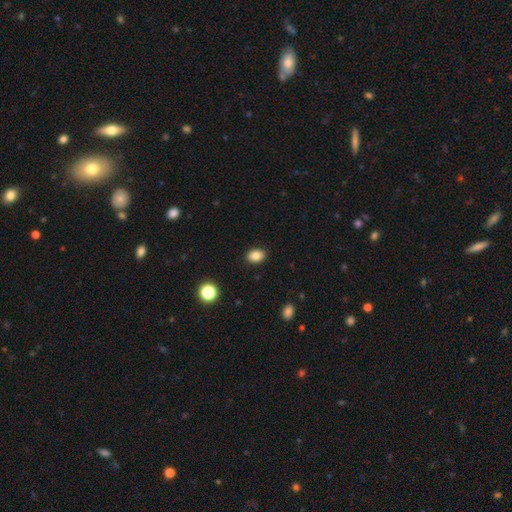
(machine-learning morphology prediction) smooth_or_featured: smooth (p=0.84) [alt: star or artifact p=0.10]
how_rounded: in between (p=0.76) [alt: round p=0.23]
merging: none (p=0.89) [alt: minor disturbance p=0.08]